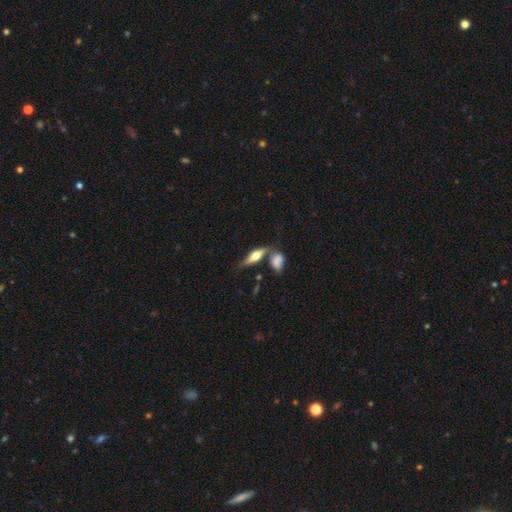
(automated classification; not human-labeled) The model was most divided on "smooth or featured": featured or disk: 50%, smooth: 43%, star or artifact: 7%. More confident: edge-on disk — yes (89%); merging — none (55%).